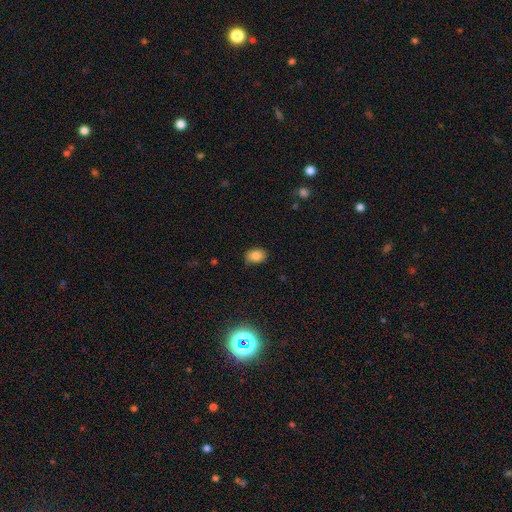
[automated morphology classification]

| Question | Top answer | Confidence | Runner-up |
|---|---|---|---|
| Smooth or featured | smooth | 82% | star or artifact (11%) |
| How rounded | in between | 75% | round (24%) |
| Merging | none | 77% | minor disturbance (19%) |